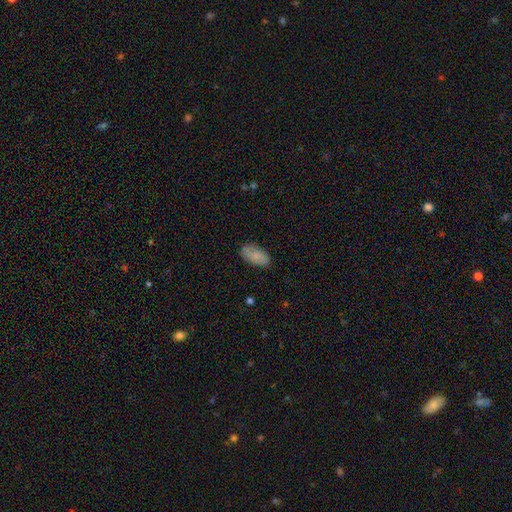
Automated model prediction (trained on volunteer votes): smooth 77%, featured or disk 16%, star or artifact 7%. Down the decision tree: how rounded — in between (93%); merging — none (78%).